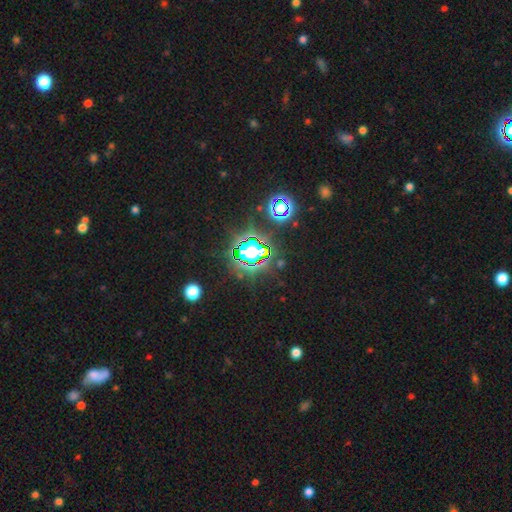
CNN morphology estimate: This appears to be a star or artifact, not a galaxy (73%).